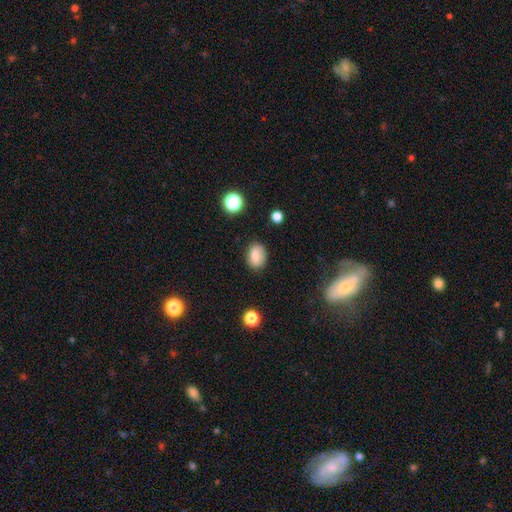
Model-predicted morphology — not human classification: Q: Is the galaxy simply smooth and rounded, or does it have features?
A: smooth — 79%.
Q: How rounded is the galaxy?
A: in between — 70%.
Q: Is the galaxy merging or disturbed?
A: none — 83%.